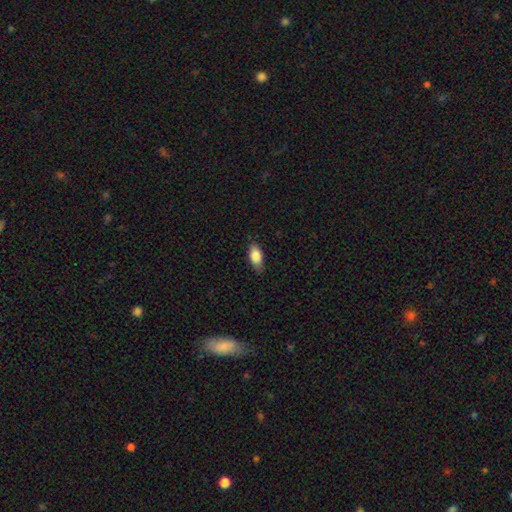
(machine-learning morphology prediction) Overall: smooth (85%). How rounded: in between (88%). Merging: none (80%).